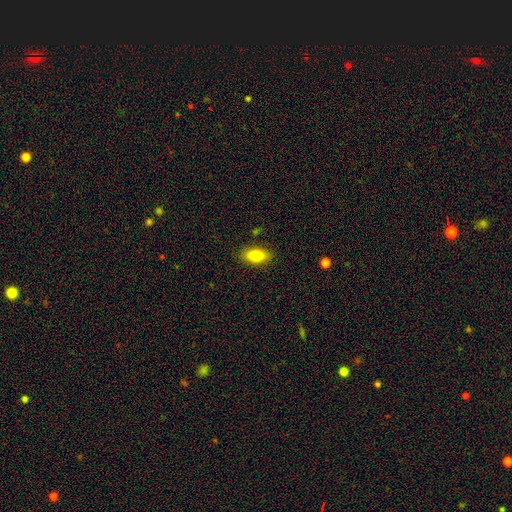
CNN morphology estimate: This appears to be a smooth galaxy with no disk features (79%) that is in between round and cigar-shaped (87%). Merging: none (87%).